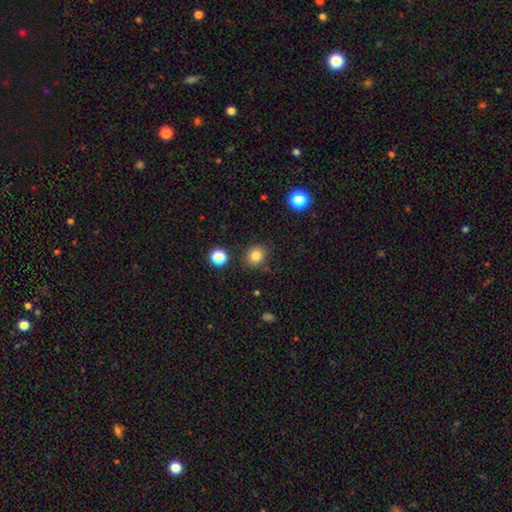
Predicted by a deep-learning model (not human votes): smooth-or-featured: smooth: 82% | star or artifact: 12% | featured or disk: 6%
  how-rounded: round: 82% | in between: 17% | cigar-shaped: 1%
  merging: none: 86% | minor disturbance: 9% | merger: 3% | major disturbance: 3%